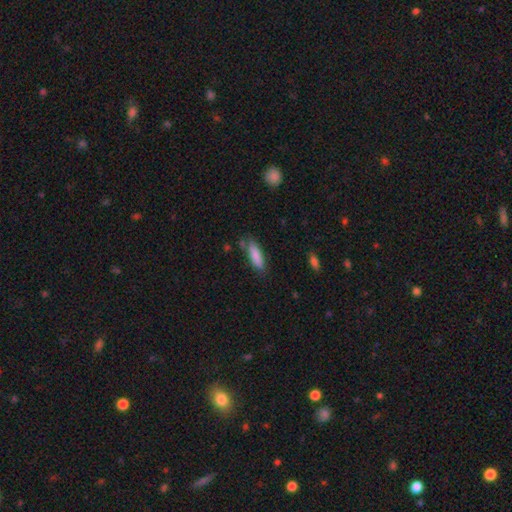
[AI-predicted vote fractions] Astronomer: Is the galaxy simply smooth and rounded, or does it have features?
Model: smooth — 84%.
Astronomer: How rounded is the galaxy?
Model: cigar-shaped — 51% (runner-up: in between, 47%).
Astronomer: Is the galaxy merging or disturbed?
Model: none — 72%.